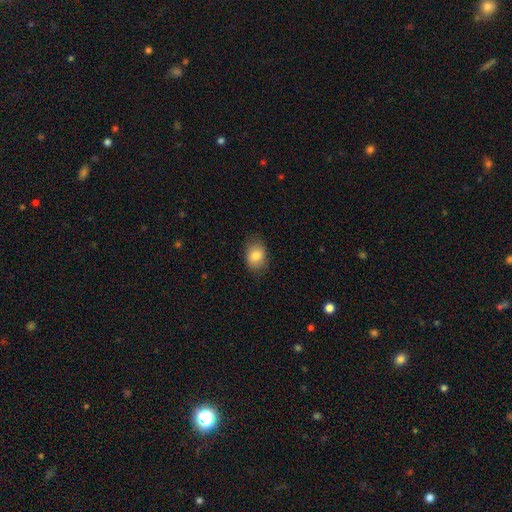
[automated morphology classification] Smooth or featured?
  - smooth: 81% *
  - featured or disk: 11%
  - star or artifact: 8%
How rounded?
  - in between: 65% *
  - round: 34%
  - cigar-shaped: 1%
Merging?
  - none: 79% *
  - minor disturbance: 16%
  - major disturbance: 4%
  - merger: 1%